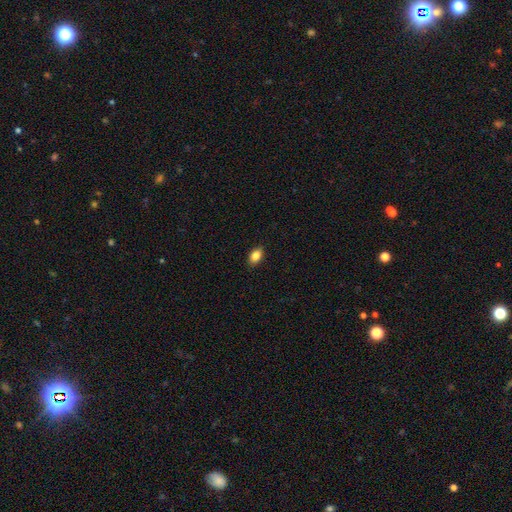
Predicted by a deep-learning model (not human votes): Q: Smooth or featured?
A: smooth (85%); runner-up: star or artifact (8%)
Q: How rounded?
A: in between (85%); runner-up: round (13%)
Q: Merging?
A: none (89%); runner-up: minor disturbance (9%)